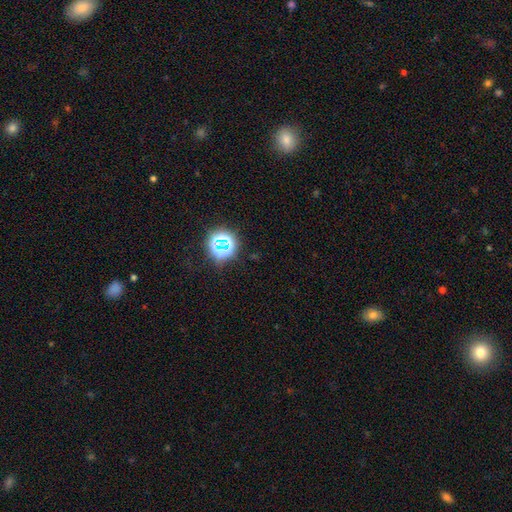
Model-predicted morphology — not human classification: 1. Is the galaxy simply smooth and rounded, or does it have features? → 73% star or artifact, 19% smooth, 8% featured or disk.